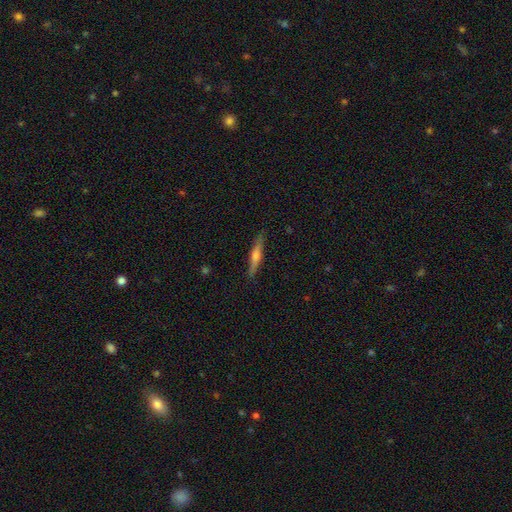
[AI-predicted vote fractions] smooth_or_featured: featured or disk (p=0.67) [alt: smooth p=0.27]
disk_edge_on: yes (p=0.97) [alt: no p=0.03]
edge_on_bulge: rounded (p=0.84) [alt: boxy p=0.09]
merging: none (p=0.89) [alt: minor disturbance p=0.08]